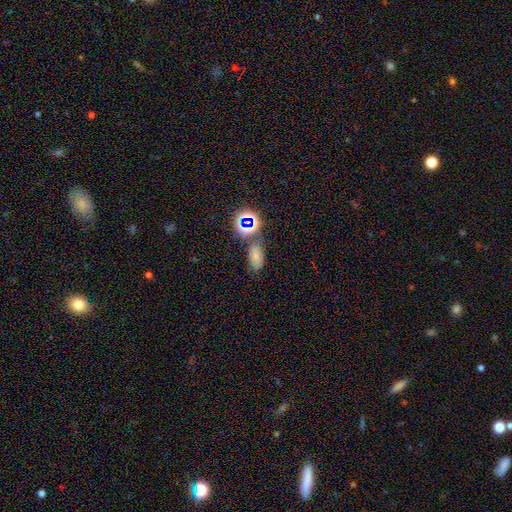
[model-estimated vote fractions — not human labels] Smooth or featured? Predicted: smooth (p=0.64). How rounded? Predicted: in between (p=0.86). Merging? Predicted: none (p=0.66).